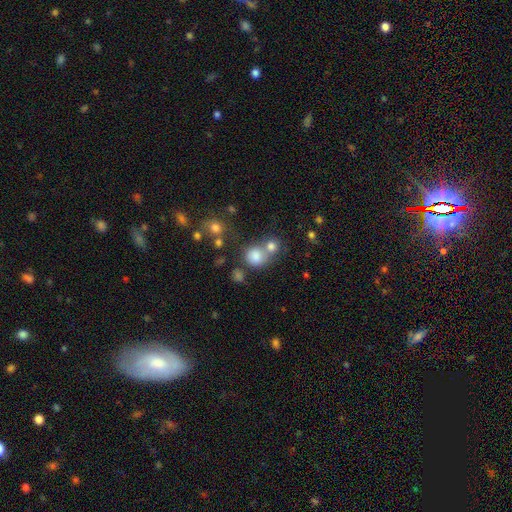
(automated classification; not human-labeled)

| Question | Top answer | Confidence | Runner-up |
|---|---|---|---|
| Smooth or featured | smooth | 78% | star or artifact (13%) |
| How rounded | round | 79% | in between (20%) |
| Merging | merger | 43% | none (42%) |